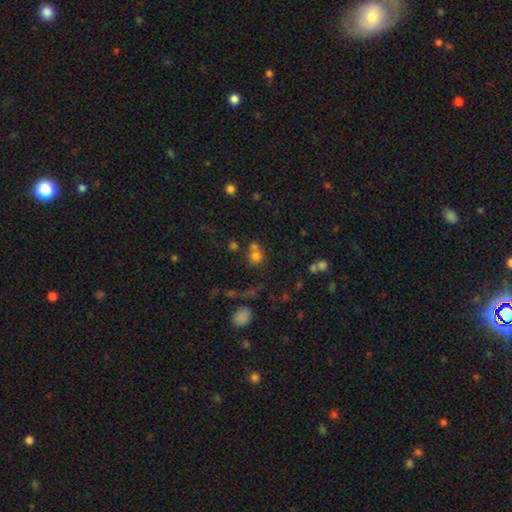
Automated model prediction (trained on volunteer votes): A smooth galaxy with no disk features (70%) that is round (81%).

Vote fractions:
- Smooth or featured? smooth: 70% / star or artifact: 19% / featured or disk: 11%
- How rounded? round: 81% / in between: 18% / cigar-shaped: 1%
- Merging? none: 48% / merger: 38% / minor disturbance: 9% / major disturbance: 5%